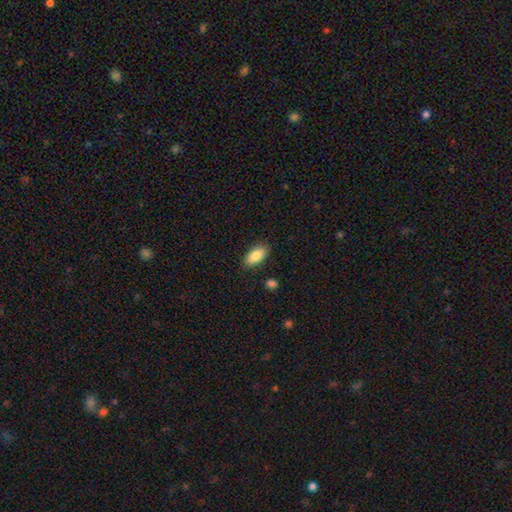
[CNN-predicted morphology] smooth-or-featured: smooth: 87% | star or artifact: 7% | featured or disk: 7%
  how-rounded: in between: 91% | cigar-shaped: 7% | round: 3%
  merging: none: 87% | minor disturbance: 9% | major disturbance: 2% | merger: 2%